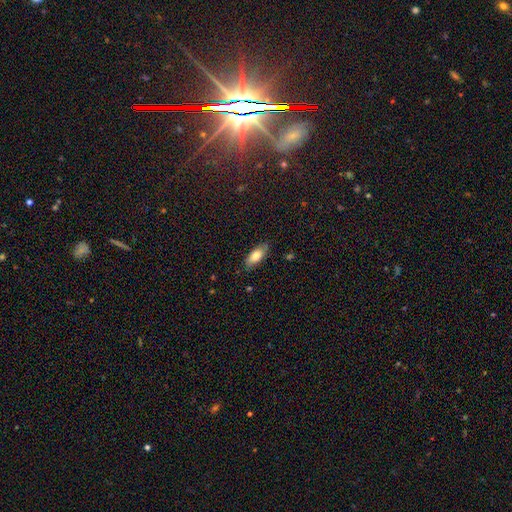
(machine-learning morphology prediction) Smooth or featured: smooth — 75% (featured or disk — 18%)
How rounded: in between — 81% (cigar-shaped — 17%)
Merging: none — 81% (minor disturbance — 15%)